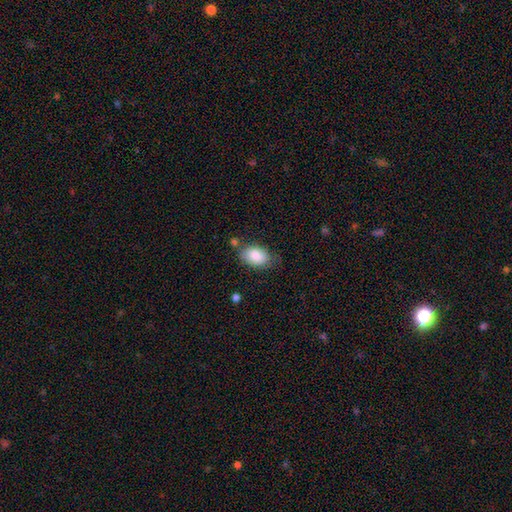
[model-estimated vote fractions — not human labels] Smooth or featured? Predicted: smooth (p=0.85). How rounded? Predicted: in between (p=0.89). Merging? Predicted: none (p=0.67).